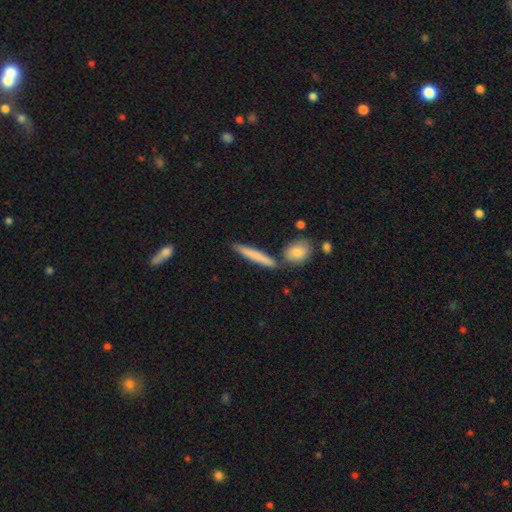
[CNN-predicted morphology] Q: Smooth or featured?
A: smooth (73%); runner-up: featured or disk (22%)
Q: How rounded?
A: cigar-shaped (92%); runner-up: in between (6%)
Q: Merging?
A: none (78%); runner-up: merger (10%)